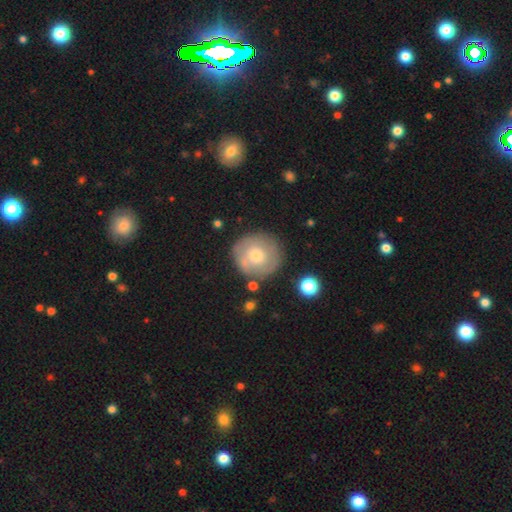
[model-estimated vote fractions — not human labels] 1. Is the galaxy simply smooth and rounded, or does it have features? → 51% smooth, 41% featured or disk, 8% star or artifact.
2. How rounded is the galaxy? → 93% round, 6% in between, 1% cigar-shaped.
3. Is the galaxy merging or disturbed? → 79% none, 13% minor disturbance, 4% merger, 4% major disturbance.